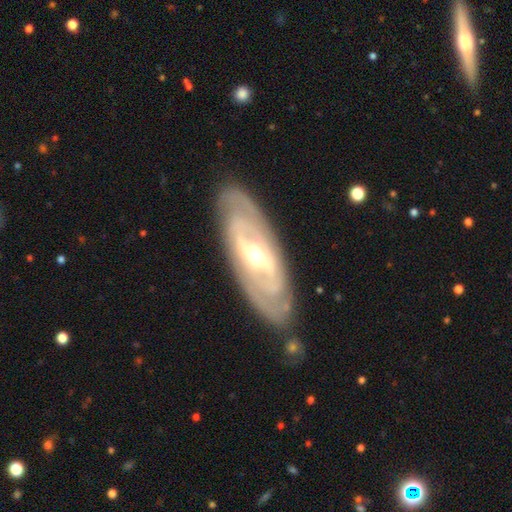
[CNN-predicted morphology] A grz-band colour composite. It shows a featured or disk galaxy (81%) with a weak bar (38%), 2 (48%) tight (59%) spiral arms (79%) and a moderate central bulge (63%). Merging: none (83%).